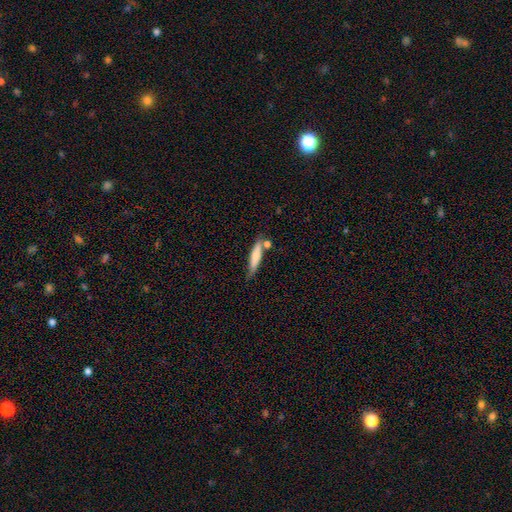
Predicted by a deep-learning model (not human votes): A smooth galaxy with no disk features (70%) that is cigar-shaped (86%).

Vote fractions:
- Smooth or featured? smooth: 70% / featured or disk: 24% / star or artifact: 6%
- How rounded? cigar-shaped: 86% / in between: 13% / round: 2%
- Merging? none: 59% / minor disturbance: 21% / merger: 15% / major disturbance: 5%